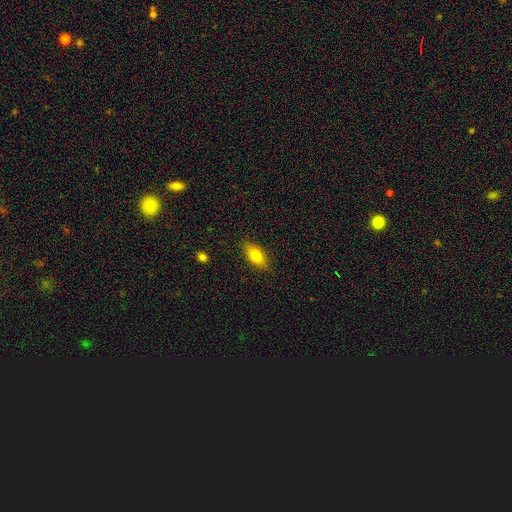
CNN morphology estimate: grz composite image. It shows a smooth galaxy with no disk features (76%) that is in between round and cigar-shaped (81%). Merging: none (86%).